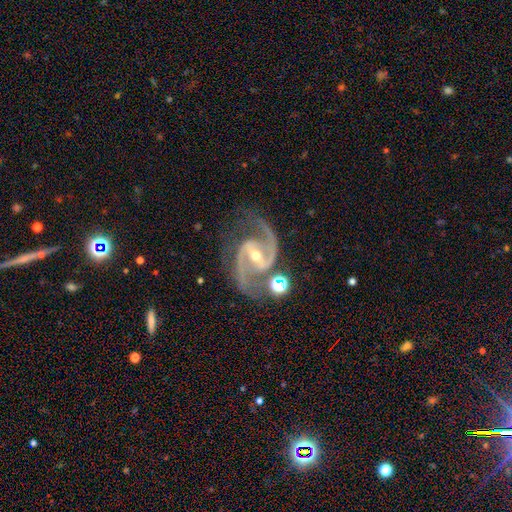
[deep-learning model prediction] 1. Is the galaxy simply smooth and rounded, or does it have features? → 93% featured or disk, 5% star or artifact, 2% smooth.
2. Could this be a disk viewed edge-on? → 98% no, 2% yes.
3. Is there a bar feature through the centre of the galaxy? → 49% strong, 36% weak, 15% no.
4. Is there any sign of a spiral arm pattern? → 99% yes, 1% no.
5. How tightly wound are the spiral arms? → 66% medium, 19% tight, 15% loose.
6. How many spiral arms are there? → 93% 2, 2% 3, 1% can't tell, 1% 1, 1% 4, 1% more than 4.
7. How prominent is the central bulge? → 51% moderate, 46% small, 1% large, 1% none, 1% dominant.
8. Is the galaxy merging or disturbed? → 69% none, 16% minor disturbance, 7% merger, 7% major disturbance.